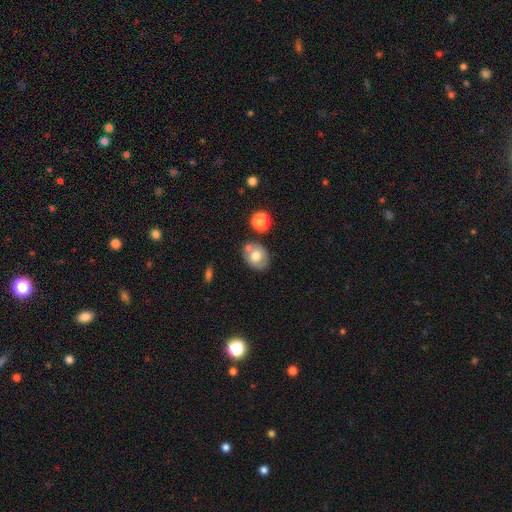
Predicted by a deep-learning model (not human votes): Q: Smooth or featured?
A: smooth (67%); runner-up: featured or disk (24%)
Q: How rounded?
A: in between (55%); runner-up: round (44%)
Q: Merging?
A: none (60%); runner-up: merger (21%)